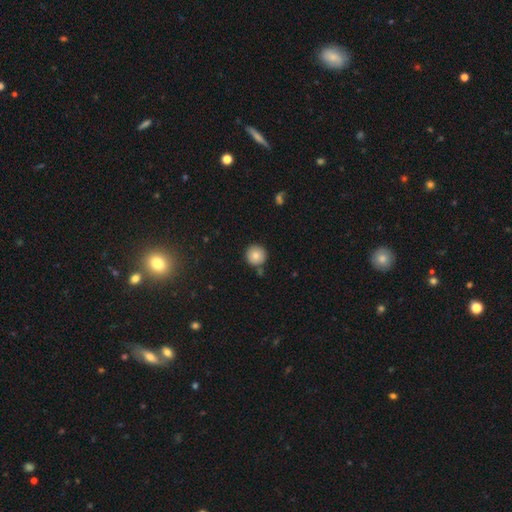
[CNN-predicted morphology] type=smooth (82%); roundness=round (96%); merging=none (84%).